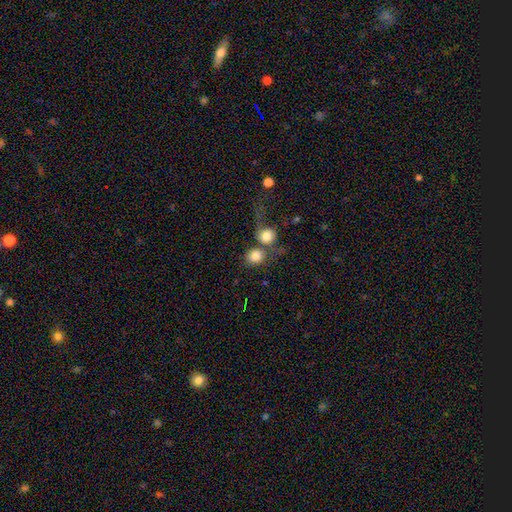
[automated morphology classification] Smooth or featured?
  - smooth: 82% *
  - featured or disk: 9%
  - star or artifact: 8%
How rounded?
  - round: 77% *
  - in between: 22%
  - cigar-shaped: 1%
Merging?
  - merger: 47% *
  - none: 37%
  - major disturbance: 8%
  - minor disturbance: 8%